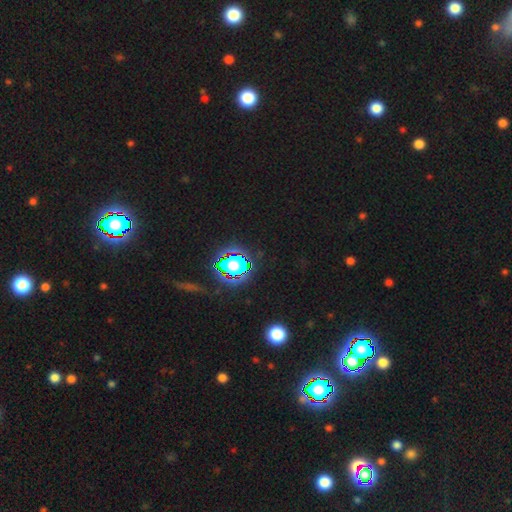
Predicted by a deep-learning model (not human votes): smooth_or_featured: star or artifact (p=0.80) [alt: smooth p=0.12]